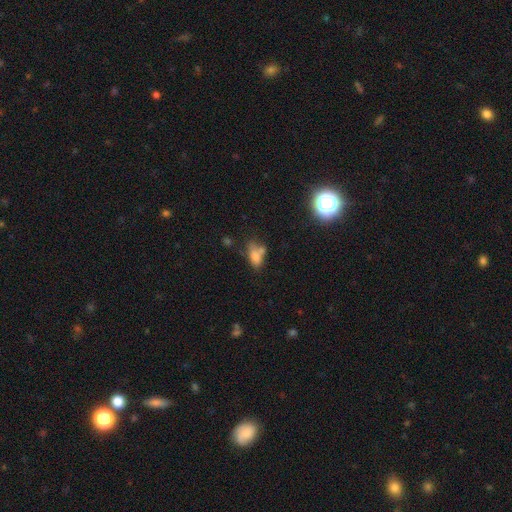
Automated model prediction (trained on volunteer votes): This is likely a smooth galaxy (70%). How rounded: clearly in between (83%). Merging: marginally none (40%).